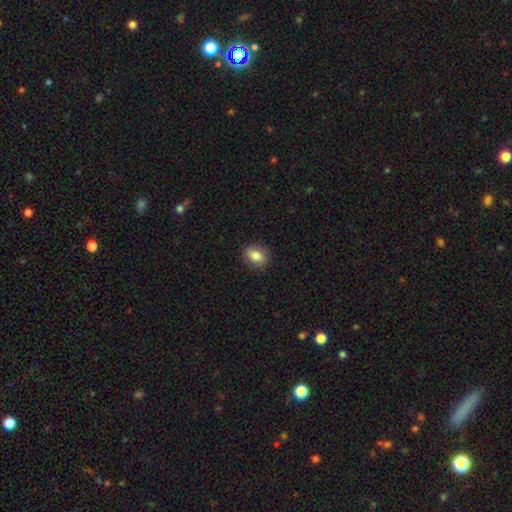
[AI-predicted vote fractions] Smooth or featured? smooth (80%)
How rounded? in between (52%)
Merging? none (87%)